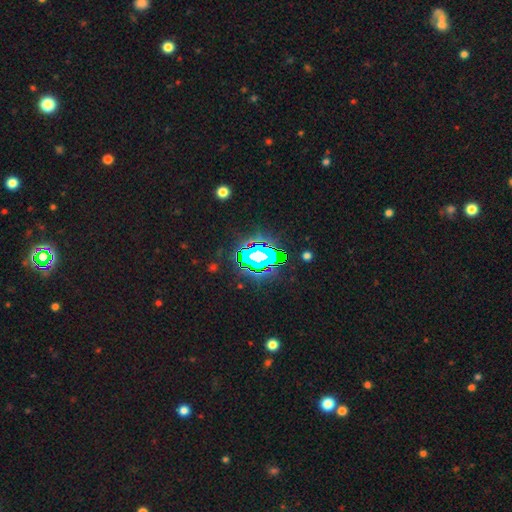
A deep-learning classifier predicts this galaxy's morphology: The model was most divided on "smooth or featured": star or artifact: 80%, smooth: 11%, featured or disk: 9%.